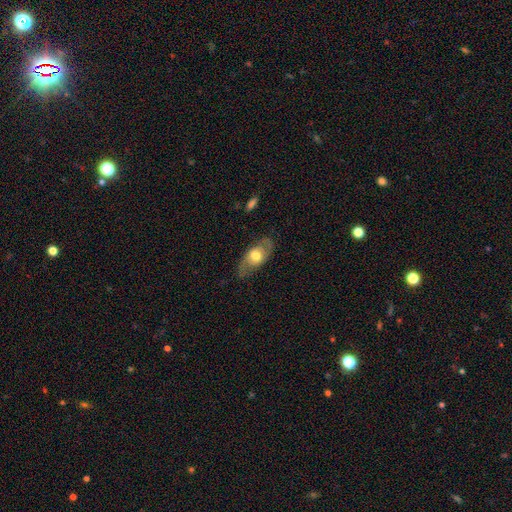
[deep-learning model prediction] Overall: featured or disk (52%; smooth 42%). Edge-on disk: no (82%). Merging: none (72%).